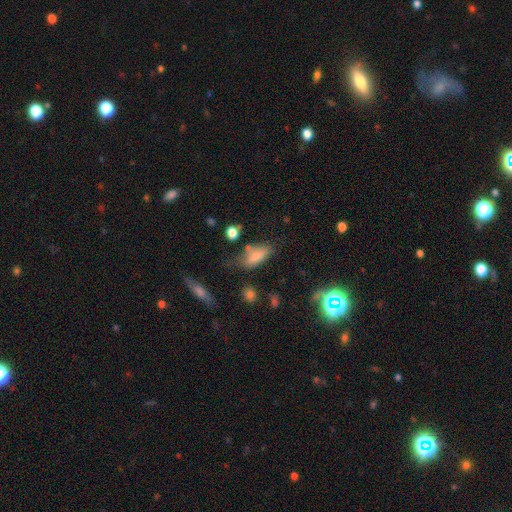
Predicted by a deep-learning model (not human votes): smooth 76%, featured or disk 14%, star or artifact 10%. Down the decision tree: how rounded — in between (76%); merging — none (47%).